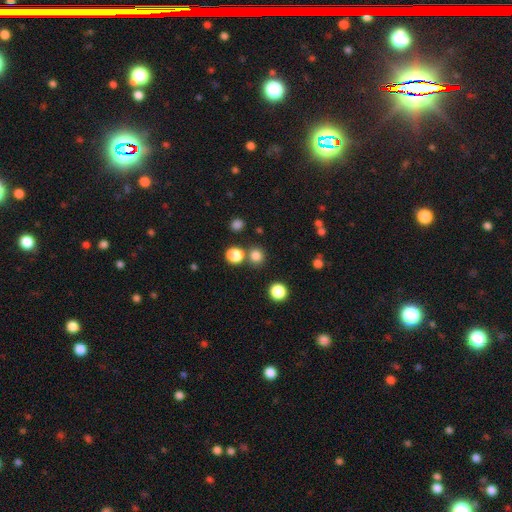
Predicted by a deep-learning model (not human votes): Overall: smooth (80%). How rounded: round (86%). Merging: none (73%).